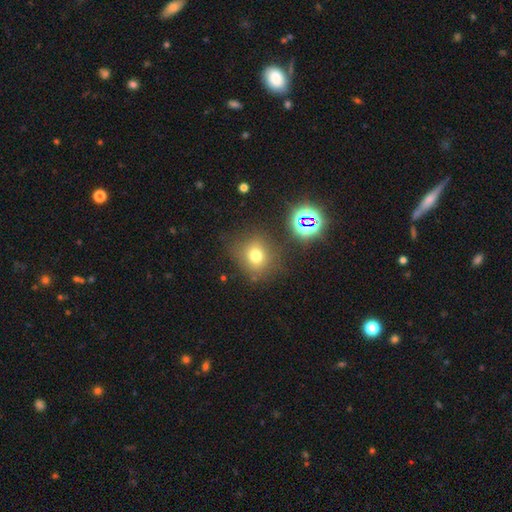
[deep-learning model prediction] Smooth or featured? smooth (70%)
How rounded? round (76%)
Merging? none (76%)